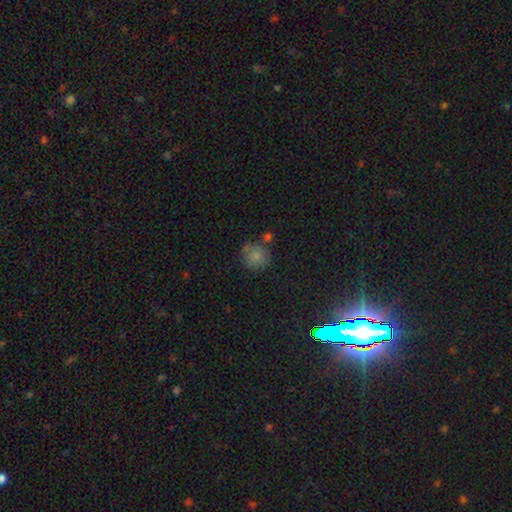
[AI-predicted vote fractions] smooth 81%, star or artifact 10%, featured or disk 10%. Down the decision tree: how rounded — round (88%); merging — none (68%).